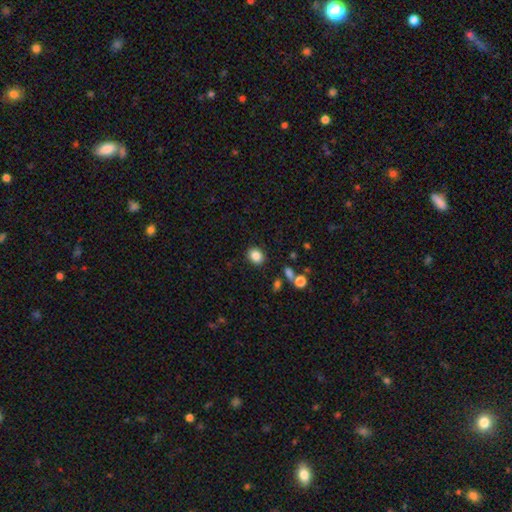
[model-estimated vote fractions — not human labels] Overall: smooth (85%). How rounded: round (65%; in between 34%). Merging: none (87%).